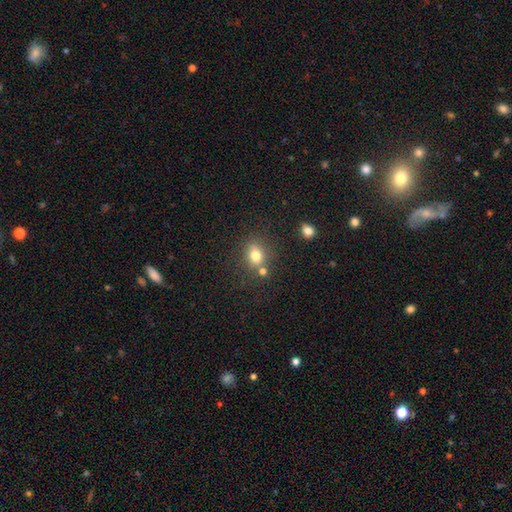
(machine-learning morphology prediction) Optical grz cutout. It shows a smooth galaxy with no disk features (75%) that is round (57%). Merging: none (66%).